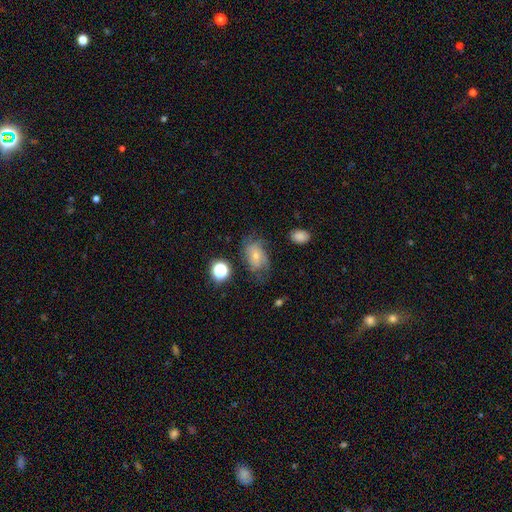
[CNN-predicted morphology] Smooth or featured? smooth (46%)
Merging? none (50%)